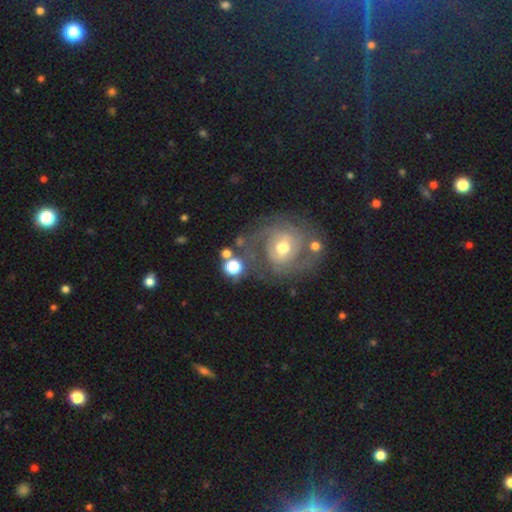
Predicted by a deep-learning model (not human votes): Morphology: type=featured or disk (57%); edge-on=no (96%); bar=no (59%); spiral arms=yes (81%); bulge=moderate (50%); merging=none (69%).